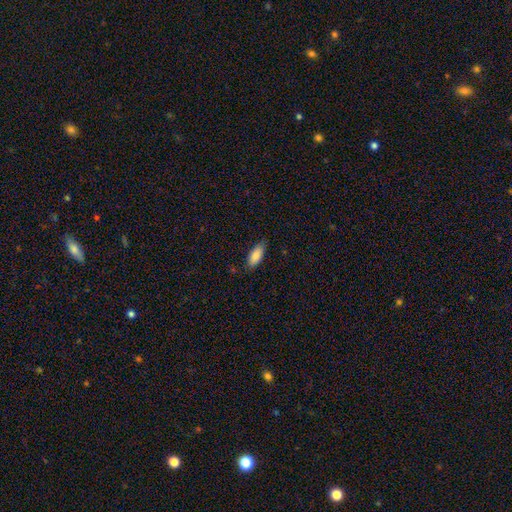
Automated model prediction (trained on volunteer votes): Smooth or featured: smooth — 86% (featured or disk — 8%)
How rounded: in between — 84% (cigar-shaped — 14%)
Merging: none — 76% (minor disturbance — 20%)